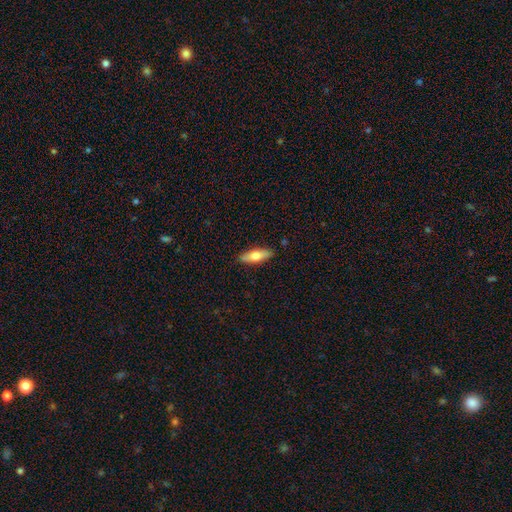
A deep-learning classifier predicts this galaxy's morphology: smooth_or_featured: smooth (p=0.69) [alt: featured or disk p=0.25]
how_rounded: in between (p=0.60) [alt: cigar-shaped p=0.37]
merging: none (p=0.88) [alt: minor disturbance p=0.09]